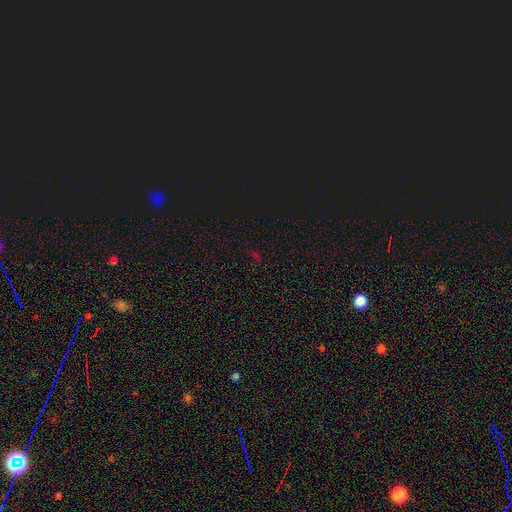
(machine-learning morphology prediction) This appears to be a star or artifact, not a galaxy (70%).